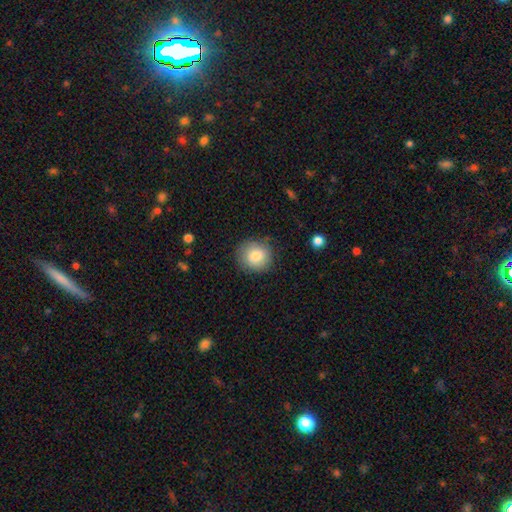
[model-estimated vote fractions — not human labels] This appears to be a smooth galaxy with no disk features (83%) that is round (85%). Merging: none (83%).